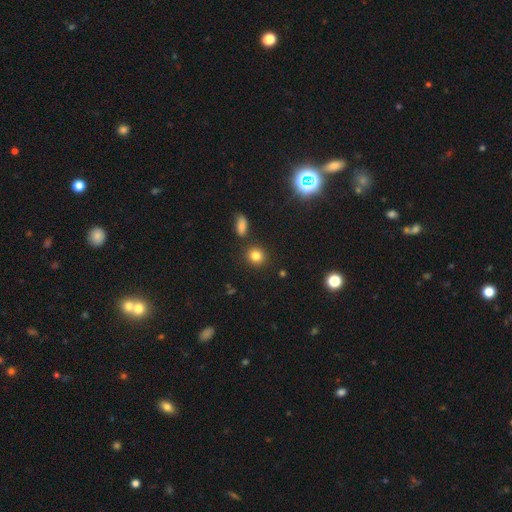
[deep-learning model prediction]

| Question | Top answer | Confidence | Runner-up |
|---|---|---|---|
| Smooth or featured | smooth | 80% | star or artifact (13%) |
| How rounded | round | 82% | in between (16%) |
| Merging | none | 85% | minor disturbance (8%) |